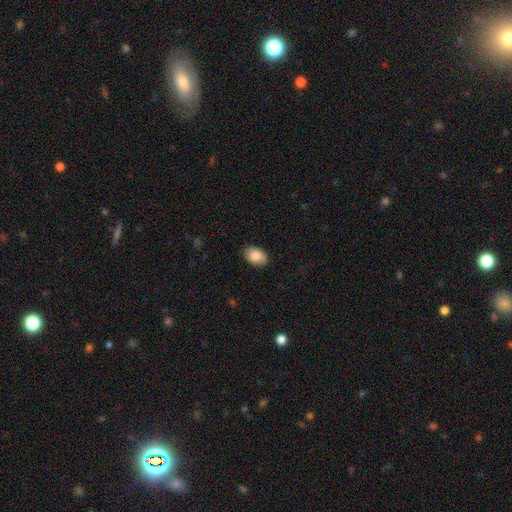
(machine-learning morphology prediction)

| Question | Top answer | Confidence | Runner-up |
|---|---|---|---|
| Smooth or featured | smooth | 84% | featured or disk (9%) |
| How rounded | in between | 84% | round (15%) |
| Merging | none | 80% | minor disturbance (16%) |